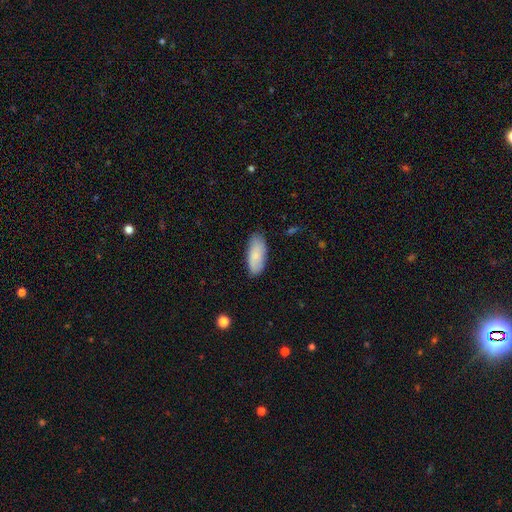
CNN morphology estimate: The model was most divided on "merging": none: 80%, minor disturbance: 16%, major disturbance: 3%, merger: 1%. More confident: how rounded — in between (82%); smooth or featured — smooth (80%).